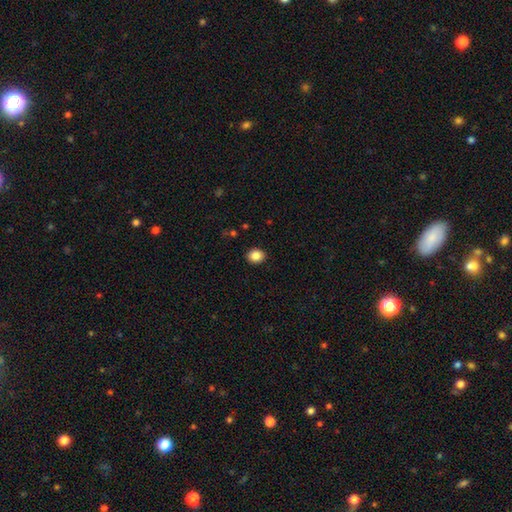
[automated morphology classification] Smooth or featured?
  - smooth: 87% *
  - star or artifact: 9%
  - featured or disk: 4%
How rounded?
  - round: 60% *
  - in between: 39%
  - cigar-shaped: 1%
Merging?
  - none: 91% *
  - minor disturbance: 6%
  - major disturbance: 2%
  - merger: 1%